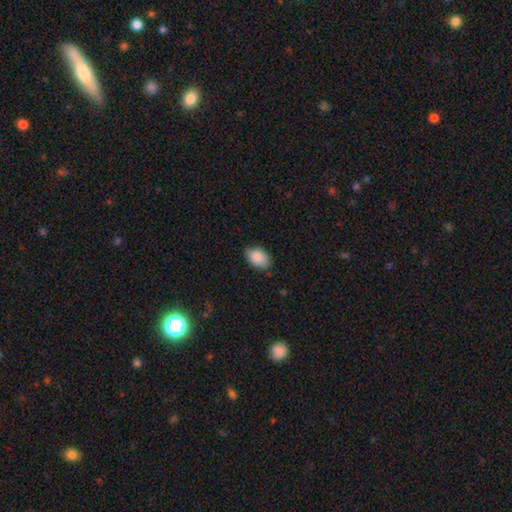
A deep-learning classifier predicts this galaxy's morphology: Smooth or featured?
  - smooth: 88% *
  - star or artifact: 7%
  - featured or disk: 5%
How rounded?
  - in between: 87% *
  - round: 12%
  - cigar-shaped: 1%
Merging?
  - none: 73% *
  - minor disturbance: 22%
  - major disturbance: 3%
  - merger: 1%